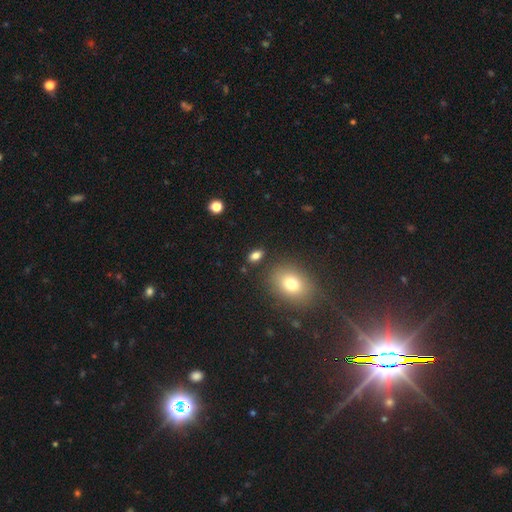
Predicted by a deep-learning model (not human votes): Smooth or featured?
  - smooth: 81% *
  - star or artifact: 12%
  - featured or disk: 7%
How rounded?
  - in between: 84% *
  - round: 12%
  - cigar-shaped: 4%
Merging?
  - none: 82% *
  - minor disturbance: 10%
  - merger: 5%
  - major disturbance: 3%